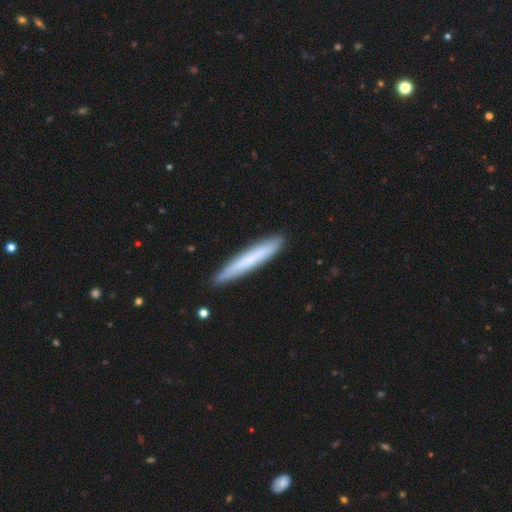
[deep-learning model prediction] The model was most divided on "smooth or featured": smooth: 68%, featured or disk: 26%, star or artifact: 6%. More confident: how rounded — cigar-shaped (96%); merging — none (91%).